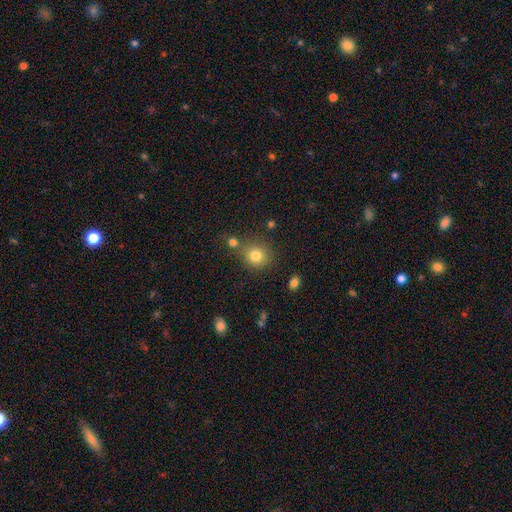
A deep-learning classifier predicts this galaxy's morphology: Smooth or featured: smooth — 80% (star or artifact — 13%)
How rounded: round — 84% (in between — 15%)
Merging: none — 75% (merger — 11%)